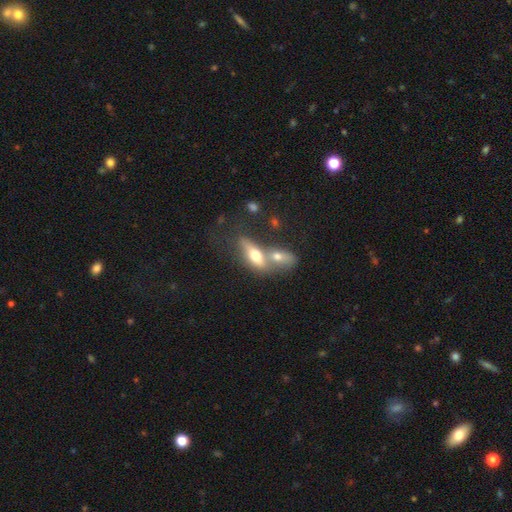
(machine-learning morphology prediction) type=smooth (58%); roundness=in between (65%); merging=merger (63%).